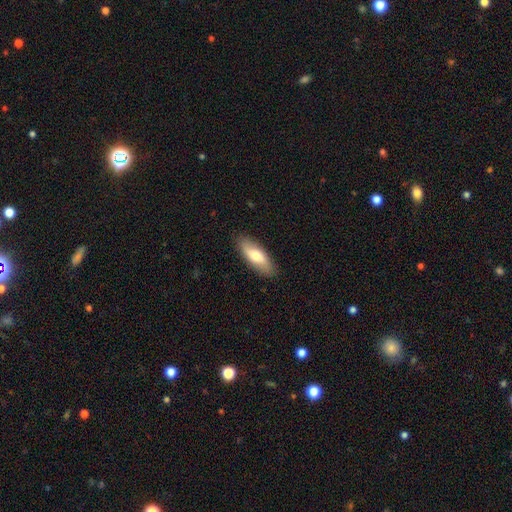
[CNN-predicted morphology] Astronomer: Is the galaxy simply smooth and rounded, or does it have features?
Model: smooth — 66%.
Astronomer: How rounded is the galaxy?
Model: in between — 68%.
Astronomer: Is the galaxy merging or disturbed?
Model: none — 87%.